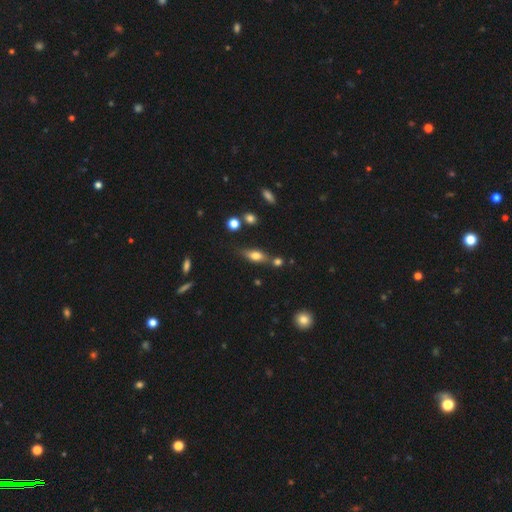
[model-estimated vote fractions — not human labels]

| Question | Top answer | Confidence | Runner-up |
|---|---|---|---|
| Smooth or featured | smooth | 61% | featured or disk (29%) |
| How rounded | in between | 66% | cigar-shaped (28%) |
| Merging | none | 62% | merger (17%) |